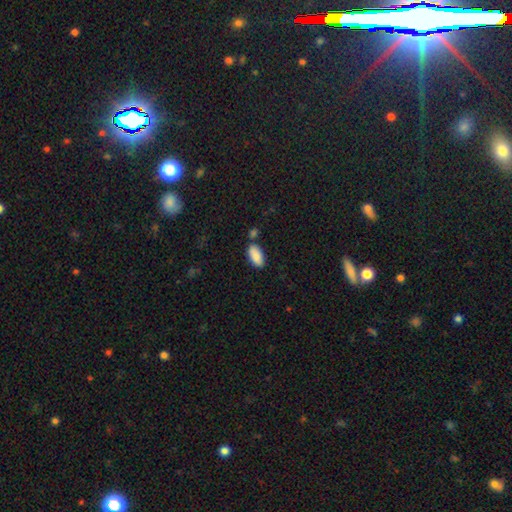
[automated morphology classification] smooth 88%, star or artifact 6%, featured or disk 6%. Down the decision tree: how rounded — in between (93%); merging — none (72%).